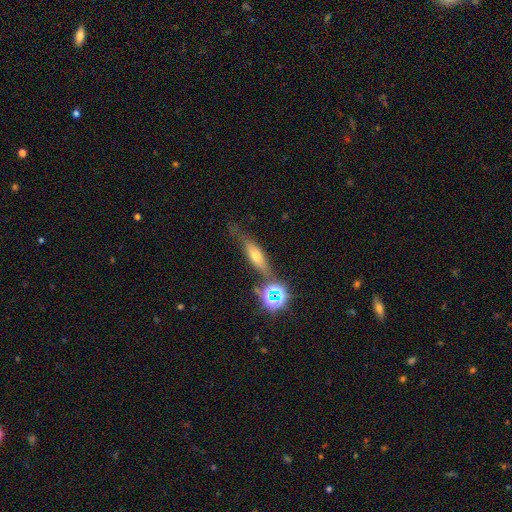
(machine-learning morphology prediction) type=smooth (42%); merging=none (64%).